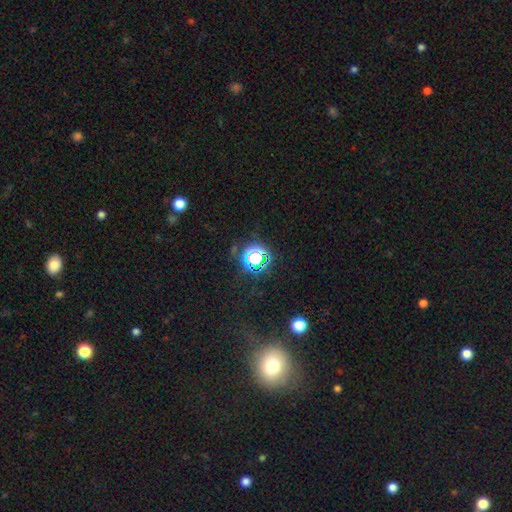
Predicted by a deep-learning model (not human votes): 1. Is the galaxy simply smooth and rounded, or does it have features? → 73% star or artifact, 17% smooth, 10% featured or disk.